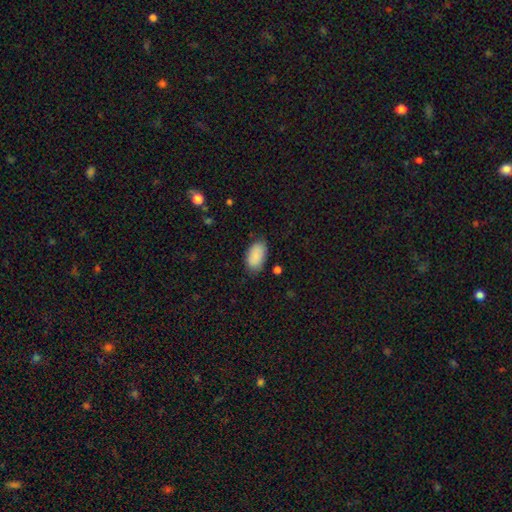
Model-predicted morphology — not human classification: Smooth or featured? Predicted: smooth (p=0.89). How rounded? Predicted: in between (p=0.94). Merging? Predicted: none (p=0.79).